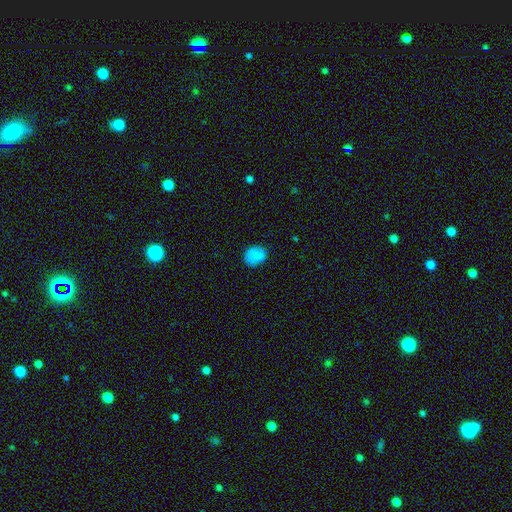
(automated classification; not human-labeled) smooth 82%, star or artifact 10%, featured or disk 8%. Down the decision tree: how rounded — in between (52%); merging — none (72%).